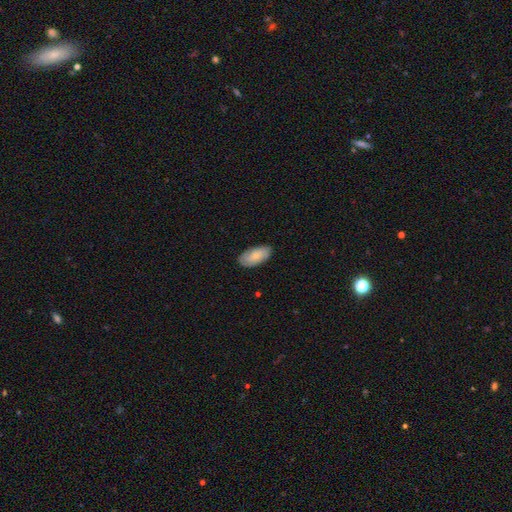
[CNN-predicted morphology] Q: Smooth or featured?
A: smooth (72%); runner-up: featured or disk (22%)
Q: How rounded?
A: in between (93%); runner-up: cigar-shaped (5%)
Q: Merging?
A: none (83%); runner-up: minor disturbance (14%)